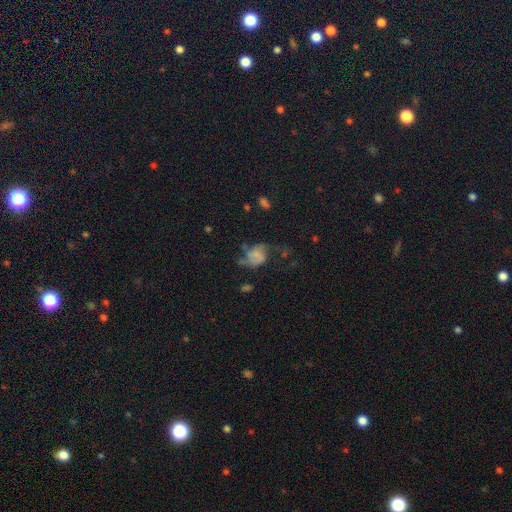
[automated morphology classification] This is marginally a smooth galaxy (44%). Merging: marginally major disturbance (39%).